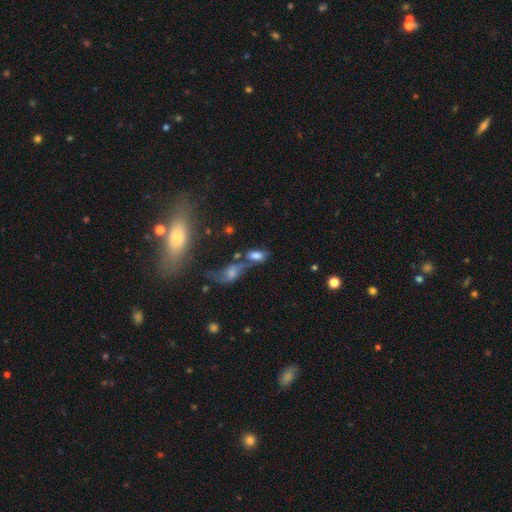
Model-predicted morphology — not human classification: A smooth galaxy with no disk features (65%) that is in between round and cigar-shaped (88%).

Vote fractions:
- Smooth or featured? smooth: 65% / featured or disk: 23% / star or artifact: 13%
- How rounded? in between: 88% / round: 7% / cigar-shaped: 5%
- Merging? merger: 37% / none: 36% / minor disturbance: 16% / major disturbance: 12%